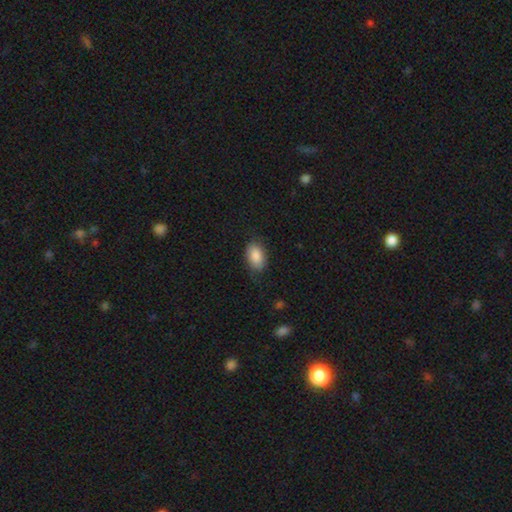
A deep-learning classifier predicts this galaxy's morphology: Smooth or featured? smooth (87%)
How rounded? in between (91%)
Merging? none (76%)